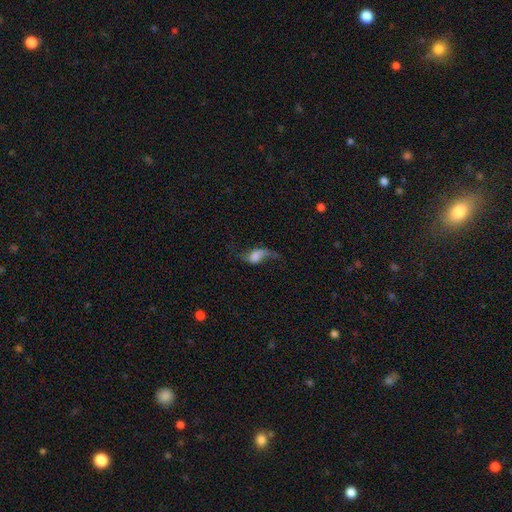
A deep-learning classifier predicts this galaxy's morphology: featured or disk 58%, smooth 32%, star or artifact 10%. Down the decision tree: edge-on disk — no (93%); bar — no (55%); spiral arms — yes (85%); bulge size — moderate (25%, tied with none); merging — none (44%).